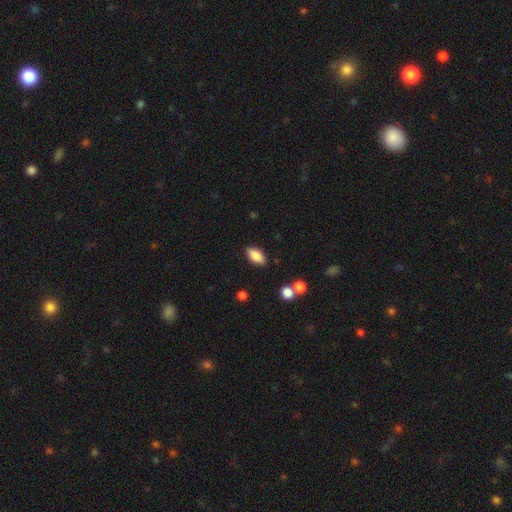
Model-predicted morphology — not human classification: A smooth galaxy with no disk features (81%) that is in between round and cigar-shaped (88%). Merging: none (84%).